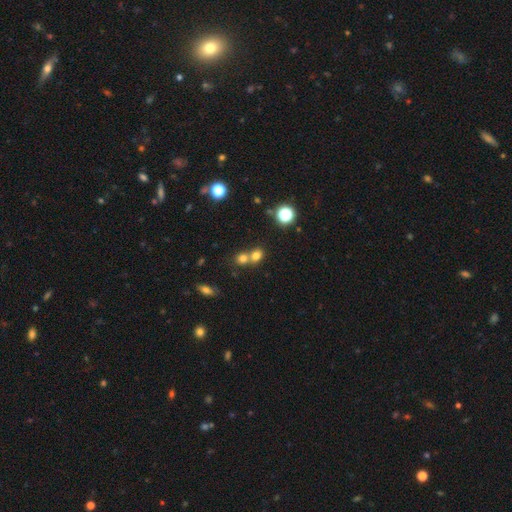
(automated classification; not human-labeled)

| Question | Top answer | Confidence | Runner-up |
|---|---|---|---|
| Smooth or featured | smooth | 73% | star or artifact (17%) |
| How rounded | round | 68% | in between (31%) |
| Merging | merger | 53% | none (38%) |